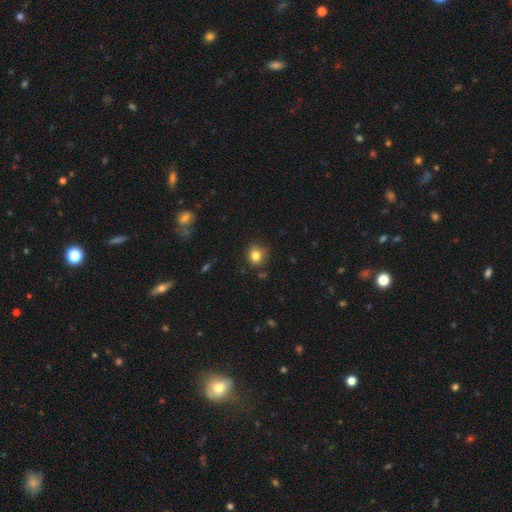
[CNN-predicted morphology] Smooth or featured: smooth — 82% (star or artifact — 11%)
How rounded: round — 73% (in between — 26%)
Merging: none — 76% (minor disturbance — 18%)